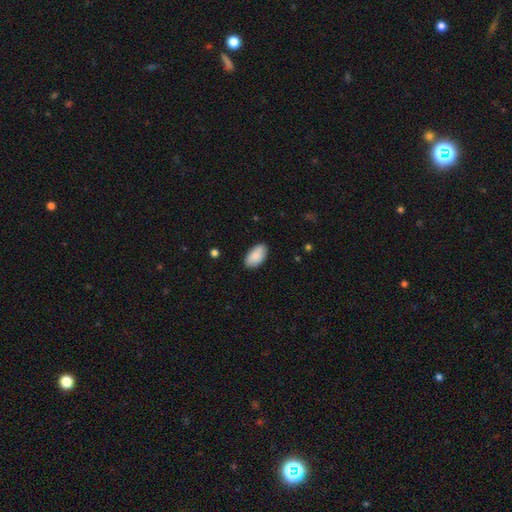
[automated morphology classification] This is clearly a smooth galaxy (90%). How rounded: clearly in between (95%). Merging: clearly none (86%).